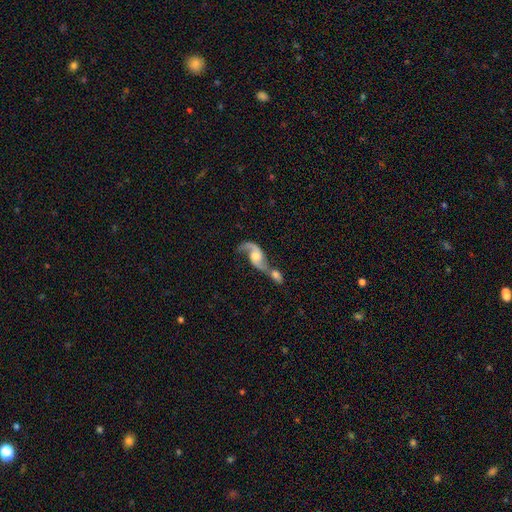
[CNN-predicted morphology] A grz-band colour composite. It shows a featured or disk galaxy (81%) with no bar (57%), 2 (83%) loose (70%) spiral arms (93%) and a moderate central bulge (51%). Merging: merger (70%).